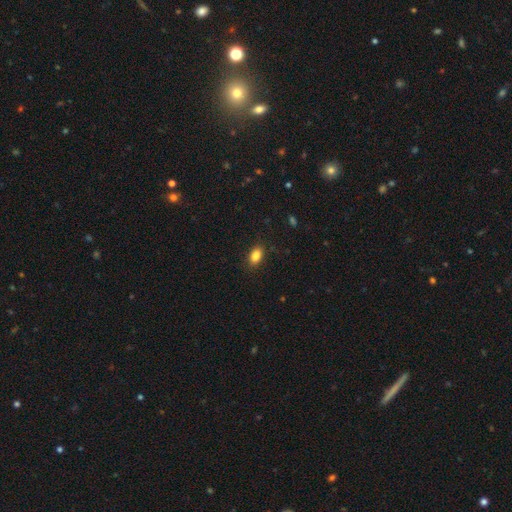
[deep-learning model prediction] This is clearly a smooth galaxy (86%). How rounded: clearly in between (88%). Merging: clearly none (87%).